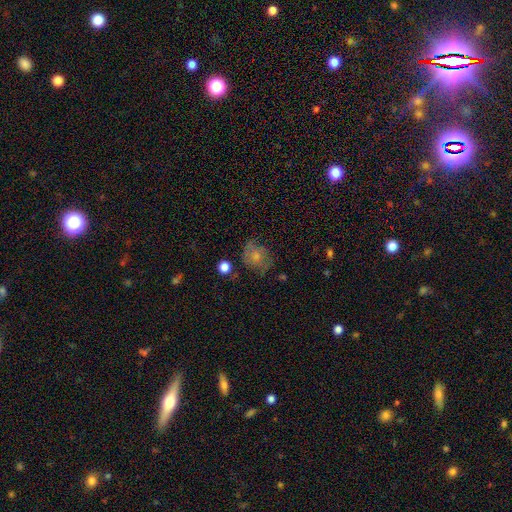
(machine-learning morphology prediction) Smooth or featured? smooth (57%)
How rounded? round (71%)
Merging? none (58%)